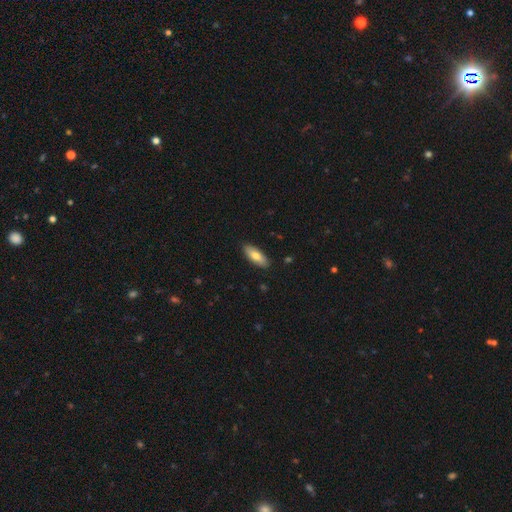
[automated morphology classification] The model was most divided on "how rounded": in between: 74%, cigar-shaped: 24%, round: 2%. More confident: merging — none (88%); smooth or featured — smooth (73%).